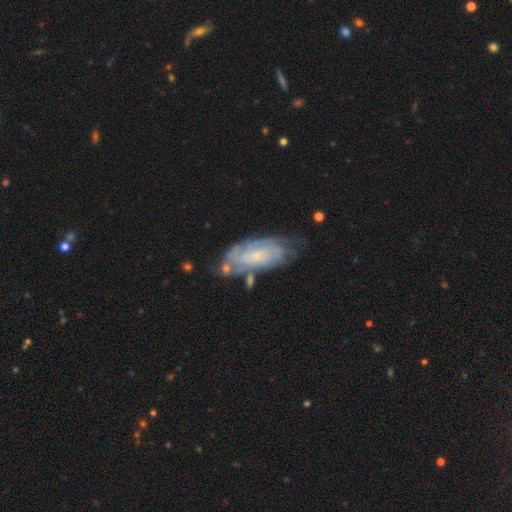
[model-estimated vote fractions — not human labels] smooth_or_featured: featured or disk (p=0.69) [alt: smooth p=0.24]
disk_edge_on: no (p=0.91) [alt: yes p=0.09]
bar: no (p=0.68) [alt: weak p=0.27]
has_spiral_arms: yes (p=0.84) [alt: no p=0.16]
spiral_winding: tight (p=0.65) [alt: medium p=0.27]
spiral_arm_count: can't tell (p=0.60) [alt: 2 p=0.20]
bulge_size: small (p=0.61) [alt: moderate p=0.22]
merging: none (p=0.57) [alt: minor disturbance p=0.26]